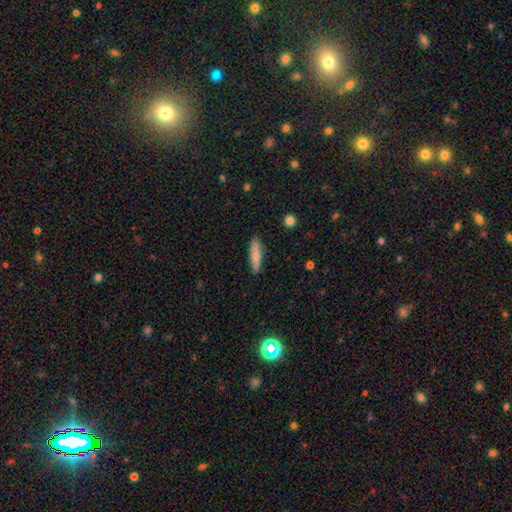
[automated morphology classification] Smooth or featured? Predicted: smooth (p=0.77). How rounded? Predicted: cigar-shaped (p=0.71). Merging? Predicted: none (p=0.87).